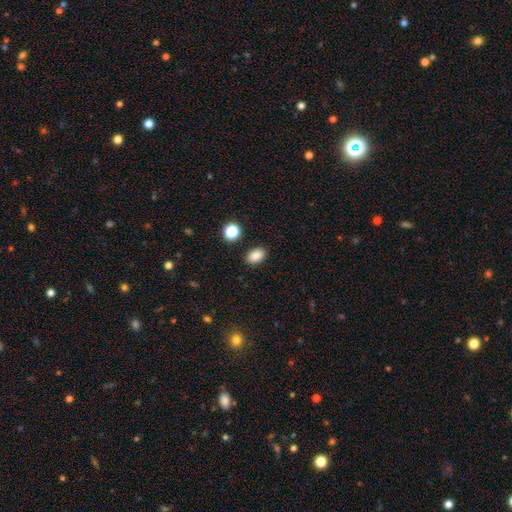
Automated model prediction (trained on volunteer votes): smooth 86%, star or artifact 10%, featured or disk 4%. Down the decision tree: how rounded — in between (85%); merging — none (87%).